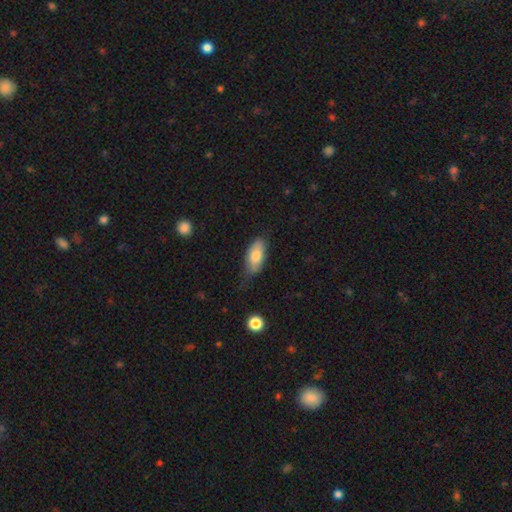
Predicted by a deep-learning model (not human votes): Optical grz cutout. It shows a smooth galaxy with no disk features (76%) that is in between round and cigar-shaped (88%). Merging: none (58%).